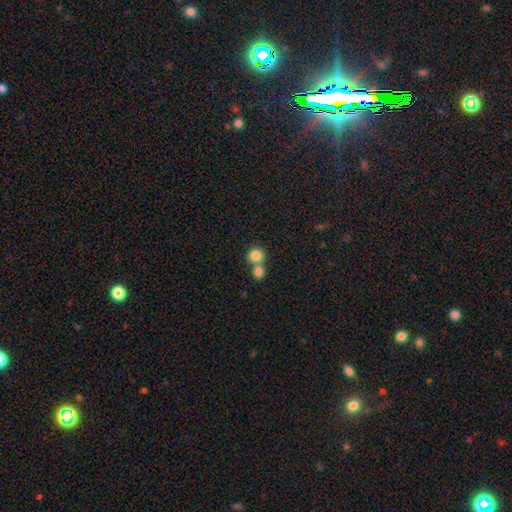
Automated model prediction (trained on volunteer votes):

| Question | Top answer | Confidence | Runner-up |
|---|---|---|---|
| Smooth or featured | smooth | 84% | star or artifact (10%) |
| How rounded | round | 86% | in between (13%) |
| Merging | none | 48% | merger (44%) |